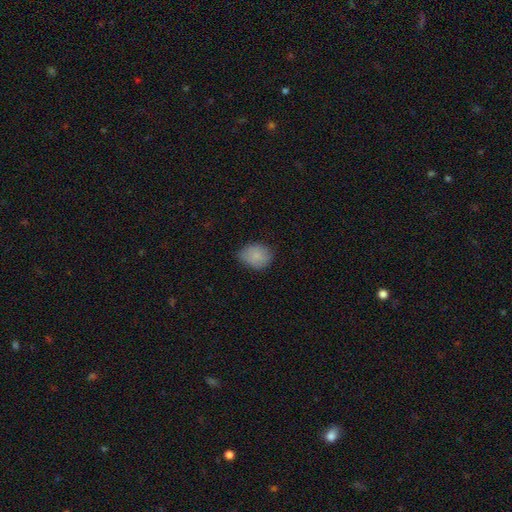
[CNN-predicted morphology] Smooth or featured? Predicted: smooth (p=0.85). How rounded? Predicted: in between (p=0.67). Merging? Predicted: none (p=0.65).